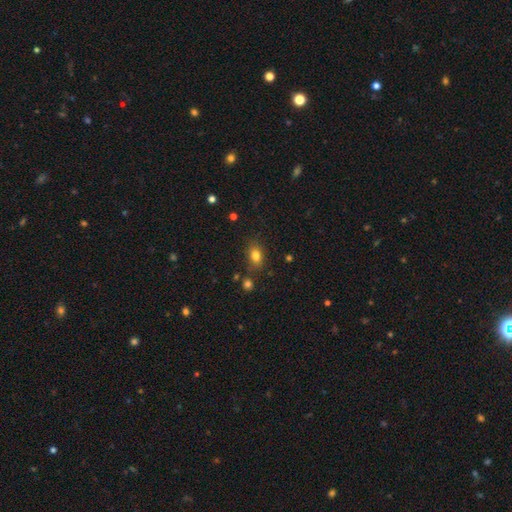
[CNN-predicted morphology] A smooth galaxy with no disk features (81%) that is in between round and cigar-shaped (75%).

Vote fractions:
- Smooth or featured? smooth: 81% / star or artifact: 12% / featured or disk: 8%
- How rounded? in between: 75% / round: 23% / cigar-shaped: 2%
- Merging? none: 77% / minor disturbance: 14% / merger: 5% / major disturbance: 4%